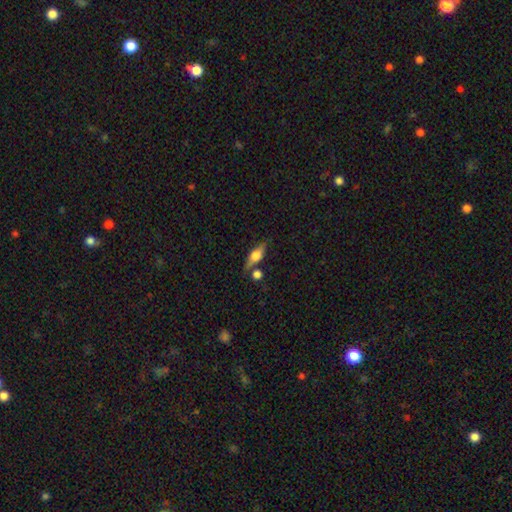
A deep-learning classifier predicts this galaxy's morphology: Smooth or featured?
  - smooth: 46% * (tied)
  - featured or disk: 46% * (tied)
  - star or artifact: 8%
Merging?
  - none: 68% *
  - minor disturbance: 15%
  - merger: 12%
  - major disturbance: 5%